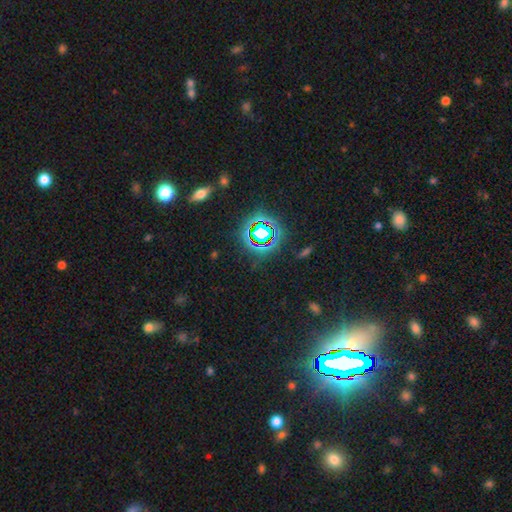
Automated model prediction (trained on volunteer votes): Smooth or featured: star or artifact — 79% (smooth — 12%)